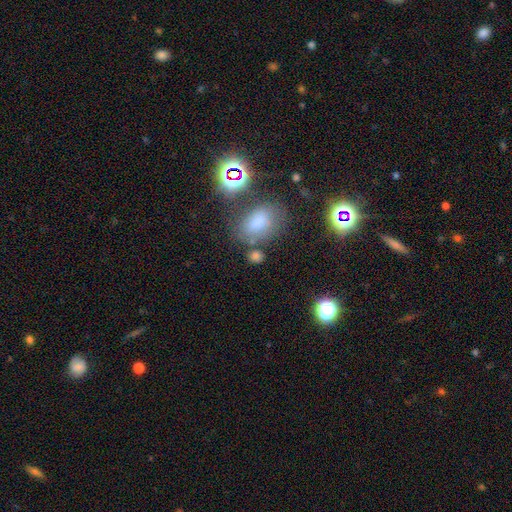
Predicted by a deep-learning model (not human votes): Smooth or featured?
  - smooth: 75% *
  - star or artifact: 16%
  - featured or disk: 9%
How rounded?
  - in between: 56% *
  - round: 42%
  - cigar-shaped: 3%
Merging?
  - none: 65% *
  - minor disturbance: 16%
  - merger: 13%
  - major disturbance: 7%